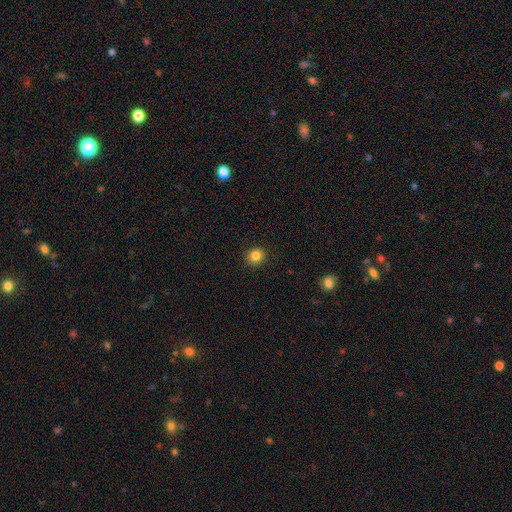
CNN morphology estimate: A smooth galaxy with no disk features (84%) that is round (88%).

Vote fractions:
- Smooth or featured? smooth: 84% / star or artifact: 11% / featured or disk: 5%
- How rounded? round: 88% / in between: 11% / cigar-shaped: 1%
- Merging? none: 91% / minor disturbance: 6% / major disturbance: 2% / merger: 1%